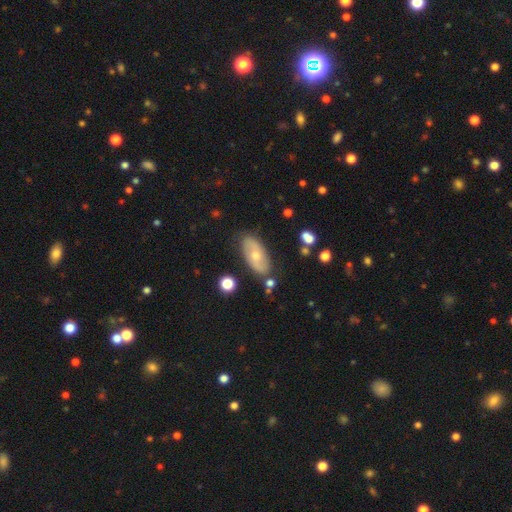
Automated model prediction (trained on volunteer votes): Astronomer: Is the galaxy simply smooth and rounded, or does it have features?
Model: featured or disk — 50% (runner-up: smooth, 43%).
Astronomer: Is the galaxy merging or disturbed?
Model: none — 80%.